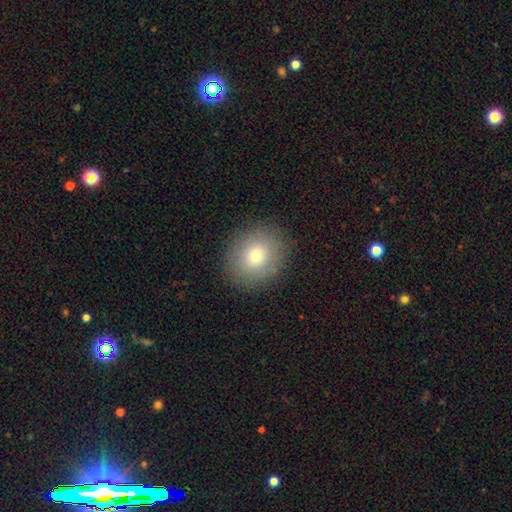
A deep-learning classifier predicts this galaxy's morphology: A smooth galaxy with no disk features (80%) that is round (70%).

Vote fractions:
- Smooth or featured? smooth: 80% / featured or disk: 11% / star or artifact: 9%
- How rounded? round: 70% / in between: 29% / cigar-shaped: 1%
- Merging? none: 89% / minor disturbance: 8% / major disturbance: 3% / merger: 1%